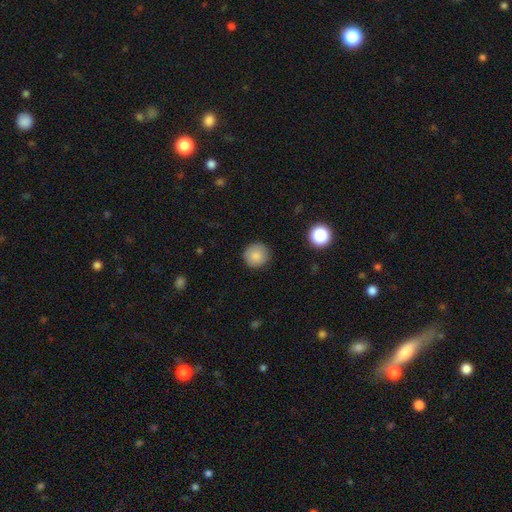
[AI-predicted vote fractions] smooth-or-featured: smooth: 85% | star or artifact: 9% | featured or disk: 6%
  how-rounded: round: 94% | in between: 5% | cigar-shaped: 1%
  merging: none: 90% | minor disturbance: 7% | major disturbance: 2% | merger: 1%